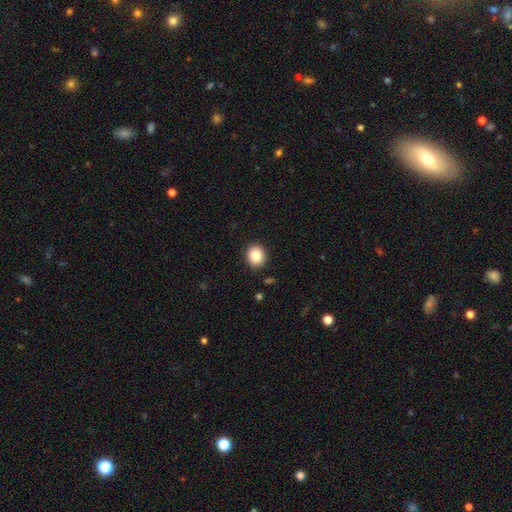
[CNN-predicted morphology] A smooth galaxy with no disk features (84%) that is round (78%). Merging: none (90%).